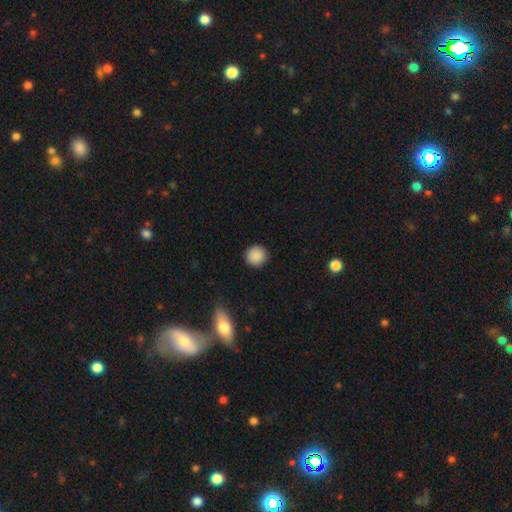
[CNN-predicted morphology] A smooth galaxy with no disk features (89%) that is round (94%).

Vote fractions:
- Smooth or featured? smooth: 89% / star or artifact: 8% / featured or disk: 3%
- How rounded? round: 94% / in between: 5% / cigar-shaped: 1%
- Merging? none: 92% / minor disturbance: 6% / major disturbance: 2% / merger: 1%